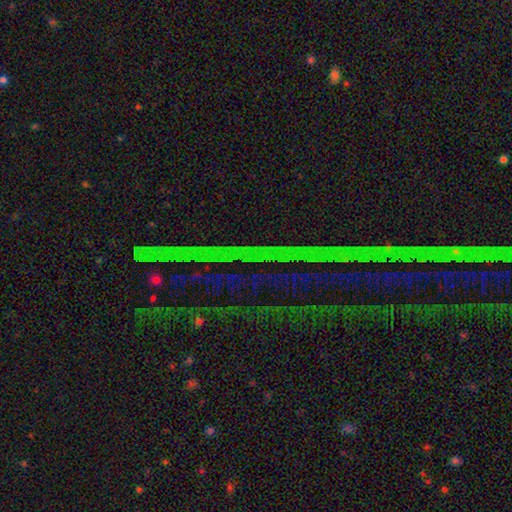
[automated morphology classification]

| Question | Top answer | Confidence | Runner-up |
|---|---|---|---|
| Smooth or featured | star or artifact | 84% | featured or disk (9%) |